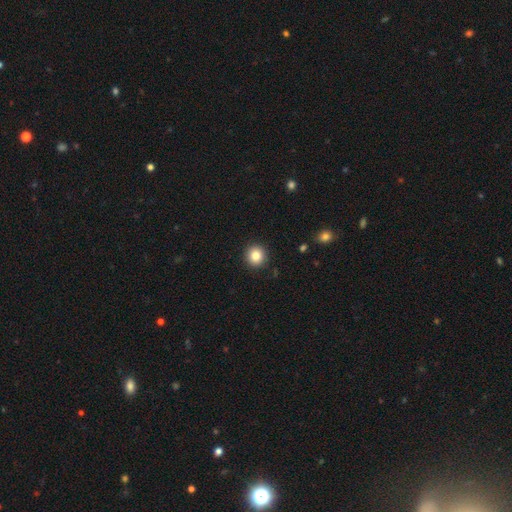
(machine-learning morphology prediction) Smooth or featured?
  - smooth: 84% *
  - star or artifact: 10%
  - featured or disk: 6%
How rounded?
  - round: 94% *
  - in between: 5%
  - cigar-shaped: 1%
Merging?
  - none: 92% *
  - minor disturbance: 5%
  - major disturbance: 2%
  - merger: 1%